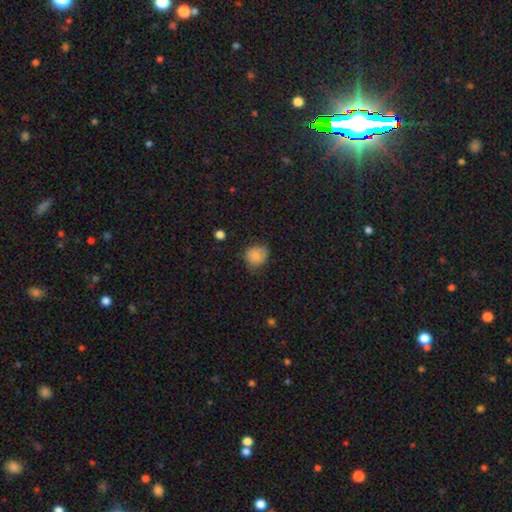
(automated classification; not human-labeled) Smooth or featured? Predicted: smooth (p=0.79). How rounded? Predicted: round (p=0.76). Merging? Predicted: none (p=0.62).